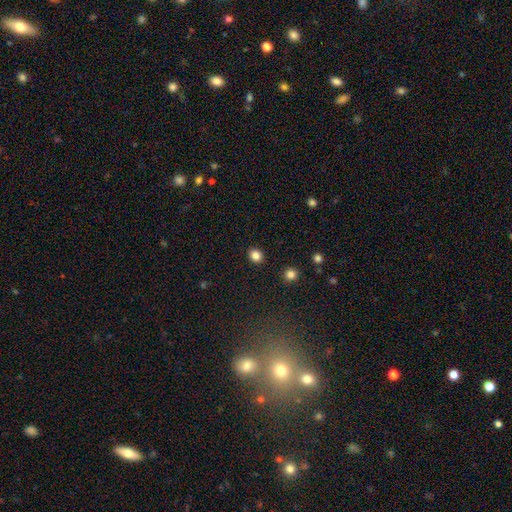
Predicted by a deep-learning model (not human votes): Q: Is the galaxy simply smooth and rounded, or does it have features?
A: smooth — 83%.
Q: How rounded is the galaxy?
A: round — 67%.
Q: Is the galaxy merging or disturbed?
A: none — 91%.